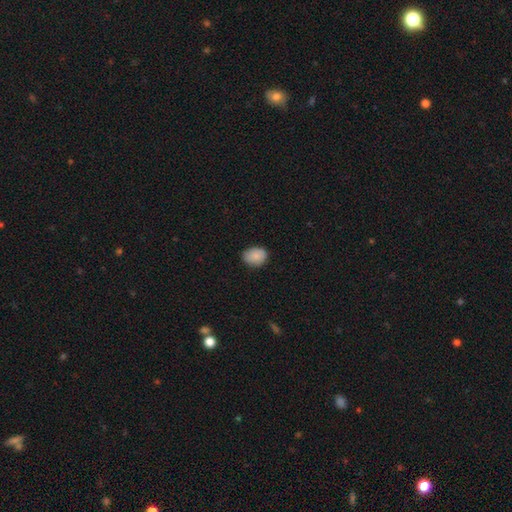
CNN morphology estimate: Overall: smooth (87%). How rounded: in between (62%; round 37%). Merging: none (80%).